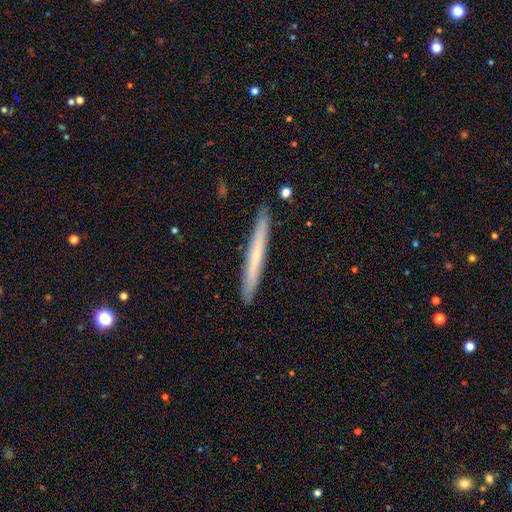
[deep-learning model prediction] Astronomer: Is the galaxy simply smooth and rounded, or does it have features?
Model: smooth — 48% (runner-up: featured or disk, 46%).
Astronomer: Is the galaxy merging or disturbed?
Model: none — 91%.